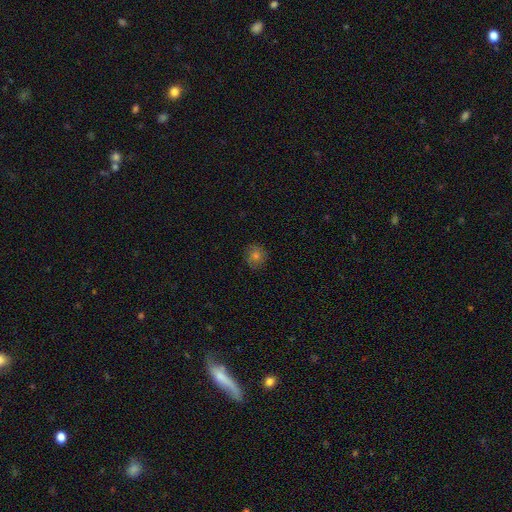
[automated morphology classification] A smooth galaxy with no disk features (72%) that is round (92%). Merging: none (88%).